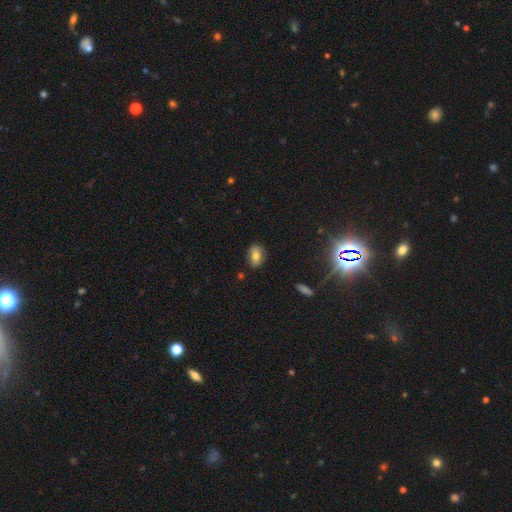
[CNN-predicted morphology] The model was most divided on "smooth or featured": smooth: 72%, featured or disk: 18%, star or artifact: 10%. More confident: how rounded — in between (81%); merging — none (80%).